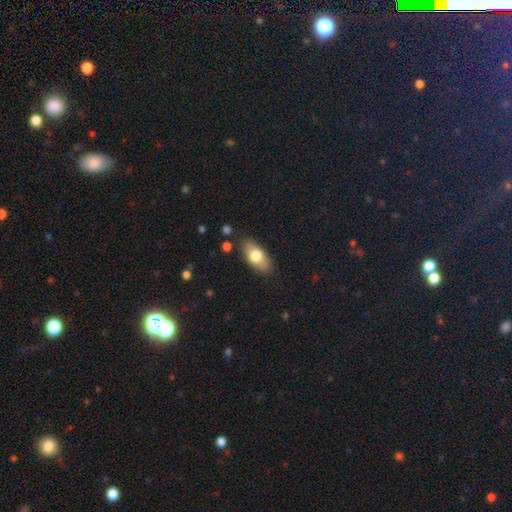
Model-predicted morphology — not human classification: Smooth or featured: smooth — 74% (featured or disk — 20%)
How rounded: in between — 87% (cigar-shaped — 8%)
Merging: none — 83% (minor disturbance — 13%)